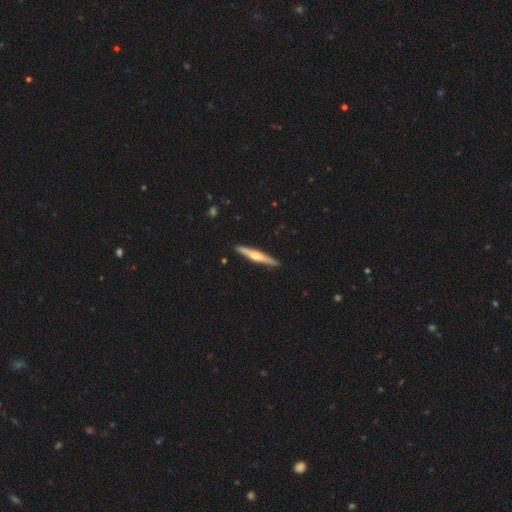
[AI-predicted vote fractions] This appears to be a featured or disk galaxy (57%) viewed edge-on (96%) with a rounded central bulge (83%). Merging: none (90%).